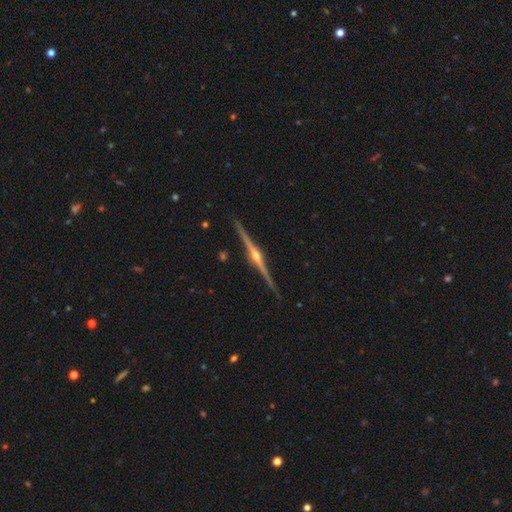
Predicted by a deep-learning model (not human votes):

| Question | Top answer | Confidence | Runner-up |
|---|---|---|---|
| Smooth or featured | featured or disk | 91% | star or artifact (5%) |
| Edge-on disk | yes | 99% | no (1%) |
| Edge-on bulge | rounded | 93% | boxy (4%) |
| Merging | none | 92% | minor disturbance (5%) |